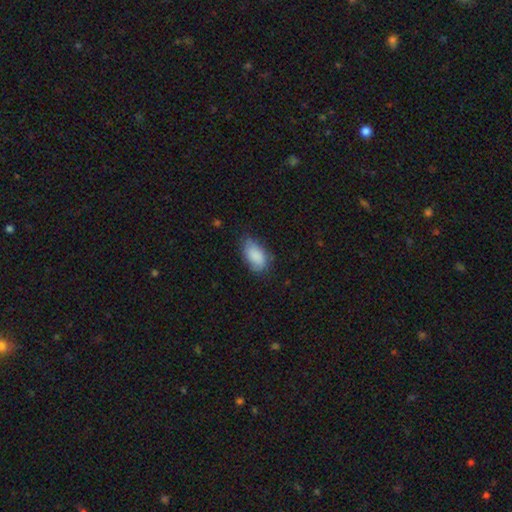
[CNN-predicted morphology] smooth 85%, featured or disk 8%, star or artifact 7%. Down the decision tree: how rounded — in between (93%); merging — none (61%).